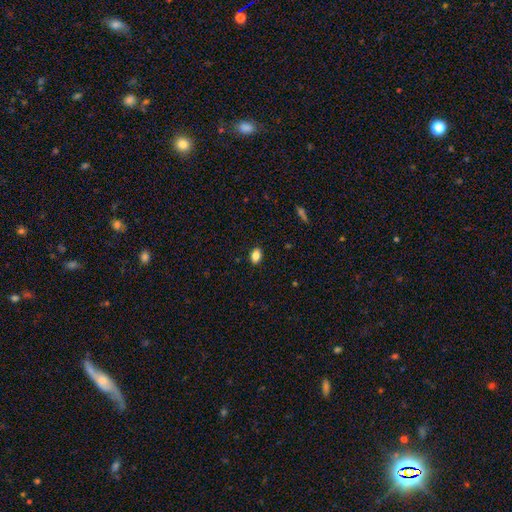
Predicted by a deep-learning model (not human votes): smooth 85%, star or artifact 9%, featured or disk 6%. Down the decision tree: how rounded — in between (83%); merging — none (89%).